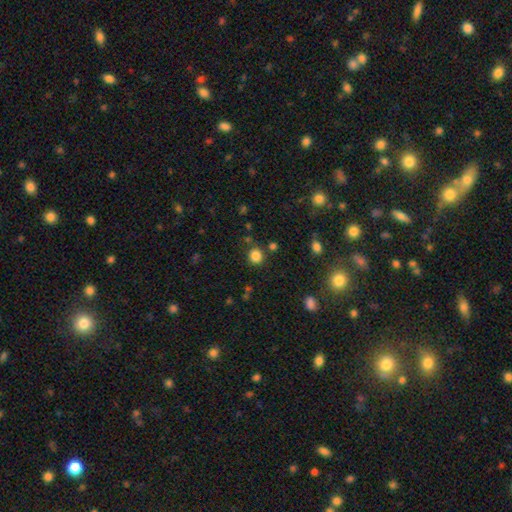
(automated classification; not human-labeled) Q: Smooth or featured?
A: smooth (83%); runner-up: star or artifact (13%)
Q: How rounded?
A: round (85%); runner-up: in between (14%)
Q: Merging?
A: none (83%); runner-up: minor disturbance (8%)